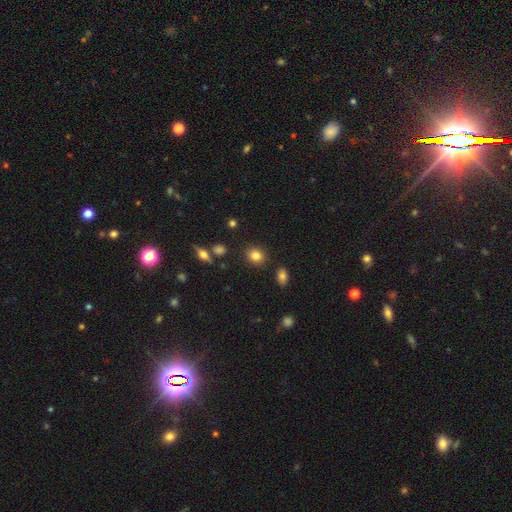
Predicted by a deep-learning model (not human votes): Smooth or featured?
  - smooth: 84% *
  - star or artifact: 10%
  - featured or disk: 6%
How rounded?
  - round: 71% *
  - in between: 28%
  - cigar-shaped: 1%
Merging?
  - none: 87% *
  - minor disturbance: 8%
  - merger: 3%
  - major disturbance: 3%